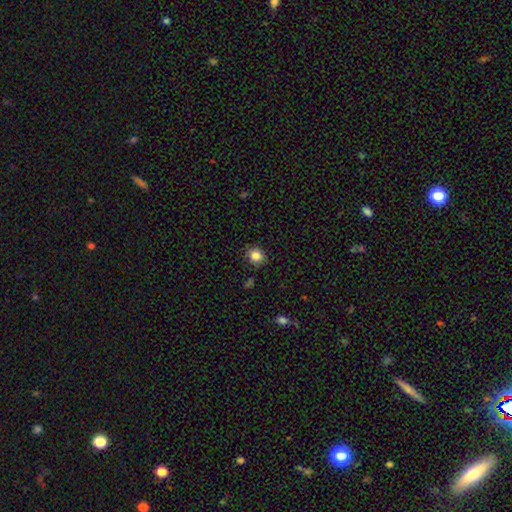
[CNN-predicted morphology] Smooth or featured: smooth — 84% (star or artifact — 11%)
How rounded: round — 72% (in between — 27%)
Merging: none — 85% (minor disturbance — 11%)